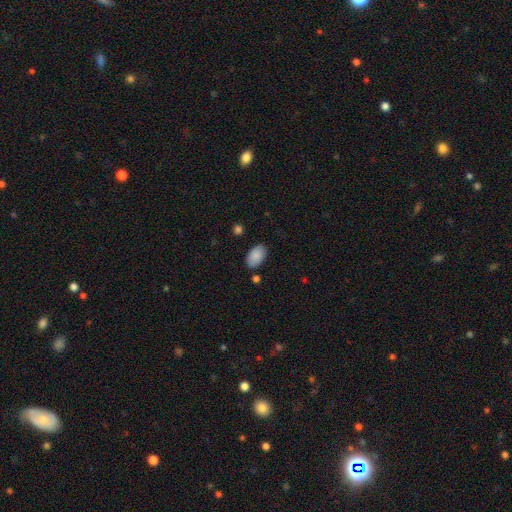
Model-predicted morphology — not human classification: Overall: smooth (89%). How rounded: in between (94%). Merging: none (82%).